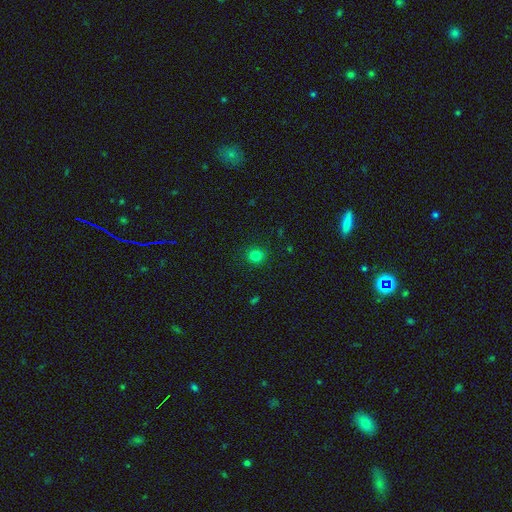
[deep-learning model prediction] Smooth or featured? smooth (81%)
How rounded? round (87%)
Merging? none (91%)